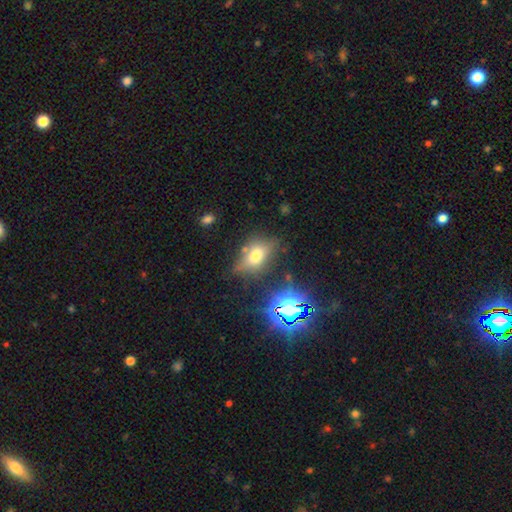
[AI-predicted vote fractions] smooth-or-featured: smooth: 59% | featured or disk: 22% | star or artifact: 20%
  how-rounded: in between: 77% | round: 18% | cigar-shaped: 6%
  merging: none: 63% | minor disturbance: 21% | major disturbance: 9% | merger: 7%